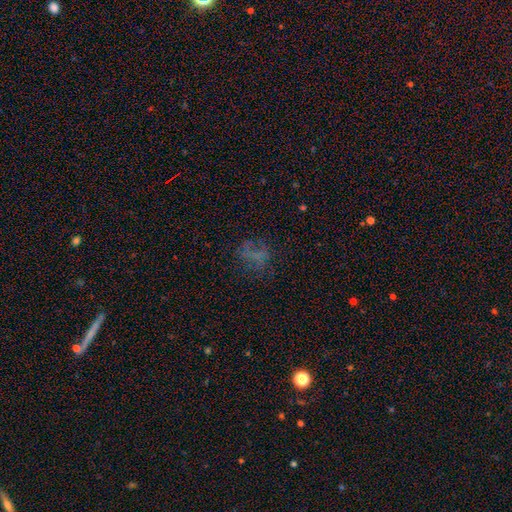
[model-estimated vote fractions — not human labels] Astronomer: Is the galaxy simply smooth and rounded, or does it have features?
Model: smooth — 43% (runner-up: star or artifact, 29%).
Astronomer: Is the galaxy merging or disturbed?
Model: none — 55%.